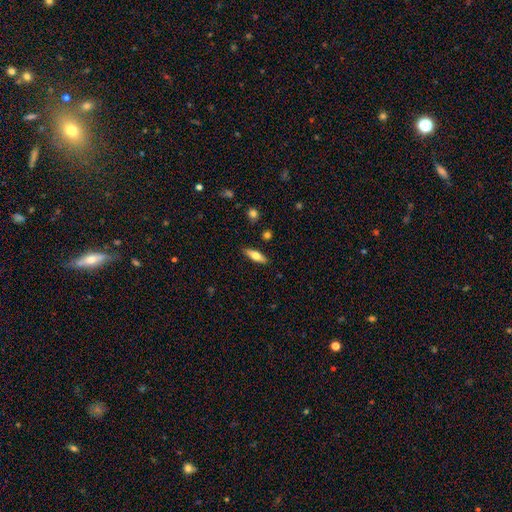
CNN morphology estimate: smooth_or_featured: smooth (p=0.62) [alt: featured or disk p=0.32]
how_rounded: in between (p=0.53) [alt: cigar-shaped p=0.45]
merging: none (p=0.87) [alt: minor disturbance p=0.09]